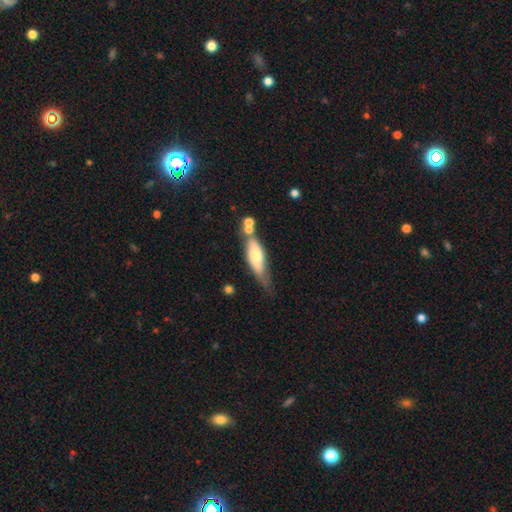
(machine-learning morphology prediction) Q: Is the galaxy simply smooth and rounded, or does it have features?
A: smooth — 55%.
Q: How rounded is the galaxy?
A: cigar-shaped — 53%.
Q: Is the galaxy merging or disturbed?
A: none — 50%.